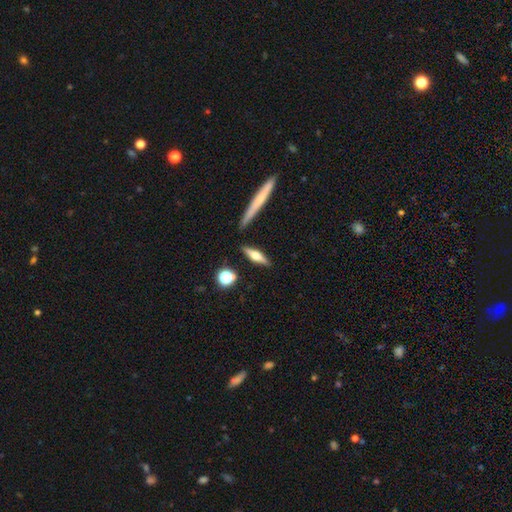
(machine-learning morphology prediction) The model was most divided on "smooth or featured": featured or disk: 52%, smooth: 41%, star or artifact: 7%. More confident: edge-on disk — yes (94%); merging — none (84%).